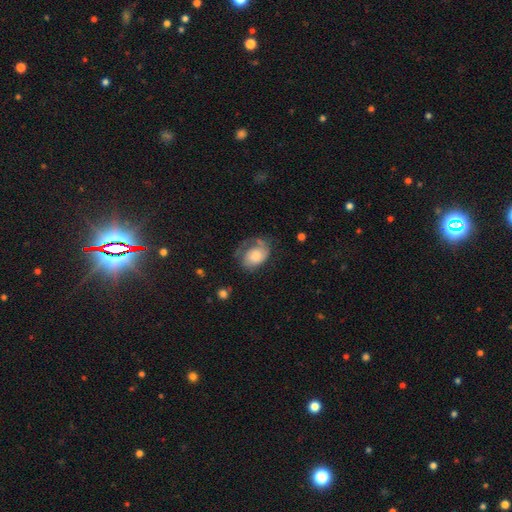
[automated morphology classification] featured or disk 51%, smooth 42%, star or artifact 7%. Down the decision tree: edge-on disk — no (96%); merging — none (43%).